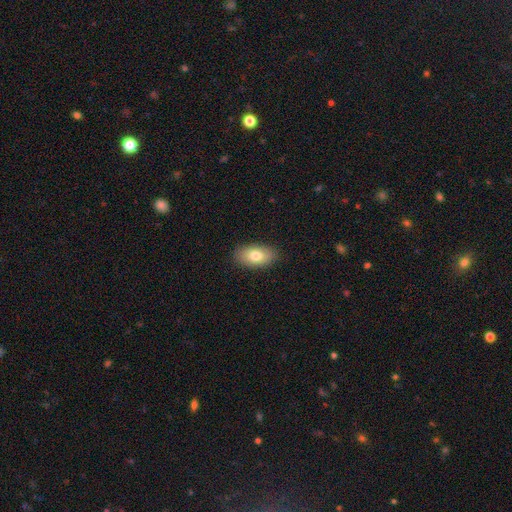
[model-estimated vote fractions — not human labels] Overall: smooth (79%). How rounded: in between (93%). Merging: none (88%).